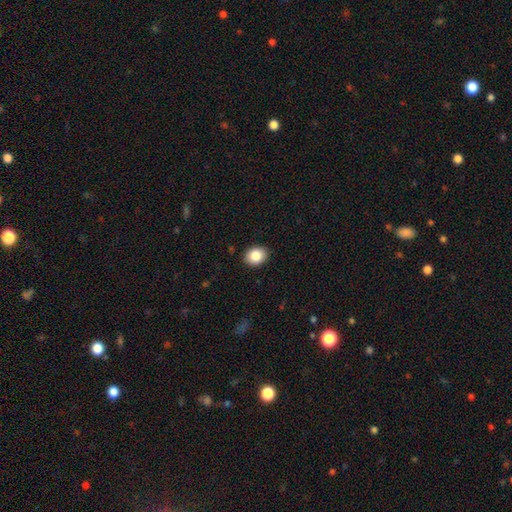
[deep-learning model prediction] Smooth or featured: smooth — 85% (star or artifact — 8%)
How rounded: in between — 54% (round — 45%)
Merging: none — 90% (minor disturbance — 8%)